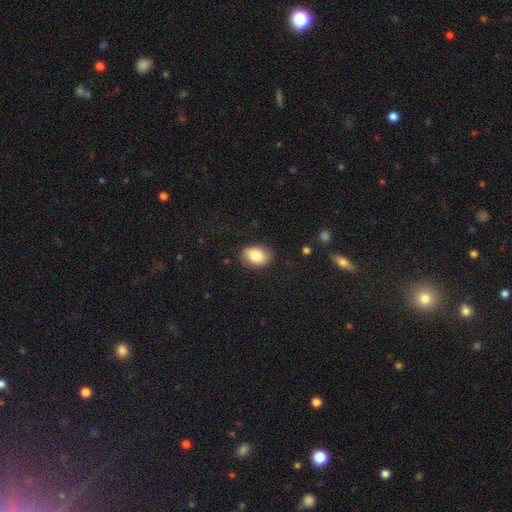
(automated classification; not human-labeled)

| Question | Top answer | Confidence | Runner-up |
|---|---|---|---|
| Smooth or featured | smooth | 82% | featured or disk (11%) |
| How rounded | in between | 79% | round (20%) |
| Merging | none | 83% | minor disturbance (12%) |